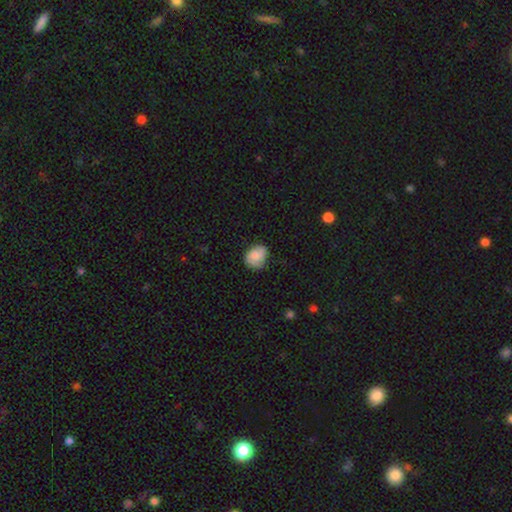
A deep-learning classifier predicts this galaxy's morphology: smooth_or_featured: smooth (p=0.76) [alt: featured or disk p=0.16]
how_rounded: in between (p=0.51) [alt: round p=0.48]
merging: none (p=0.60) [alt: minor disturbance p=0.30]